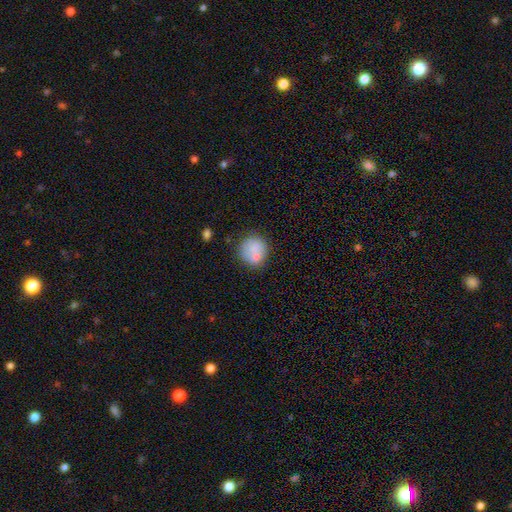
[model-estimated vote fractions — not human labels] Smooth or featured: smooth — 69% (featured or disk — 22%)
How rounded: round — 86% (in between — 13%)
Merging: none — 58% (merger — 22%)